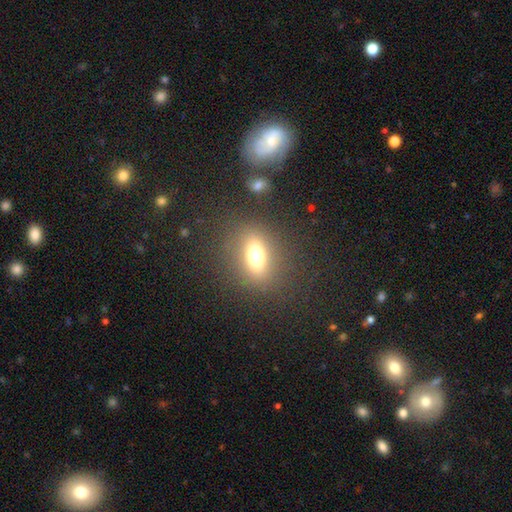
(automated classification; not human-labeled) Q: Smooth or featured?
A: smooth (67%); runner-up: featured or disk (18%)
Q: How rounded?
A: in between (65%); runner-up: round (27%)
Q: Merging?
A: none (83%); runner-up: minor disturbance (9%)